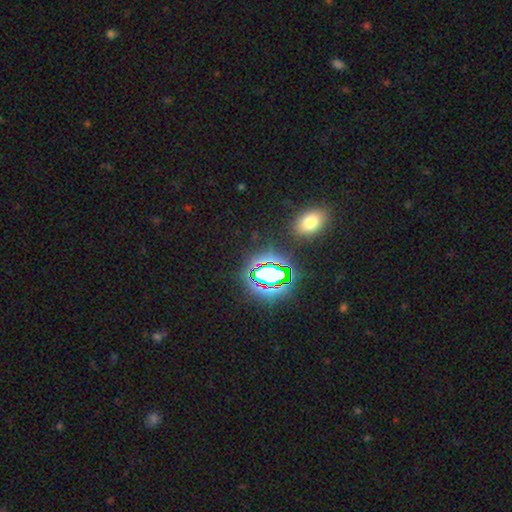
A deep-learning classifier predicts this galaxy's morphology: This is likely a star or artifact rather than a galaxy (68%).